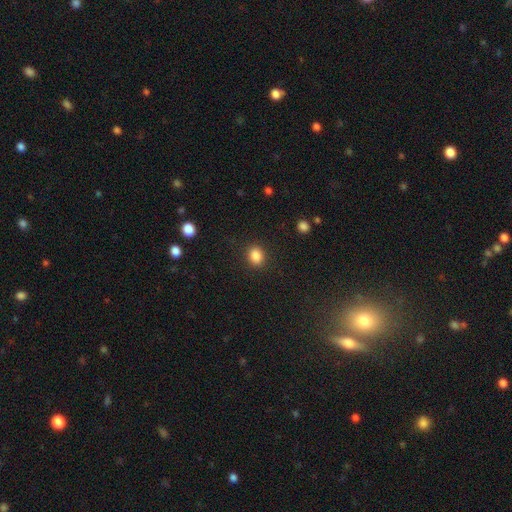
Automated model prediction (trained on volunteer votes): smooth-or-featured: smooth: 86% | star or artifact: 10% | featured or disk: 4%
  how-rounded: round: 53% | in between: 46% | cigar-shaped: 1%
  merging: none: 88% | minor disturbance: 8% | major disturbance: 3% | merger: 1%